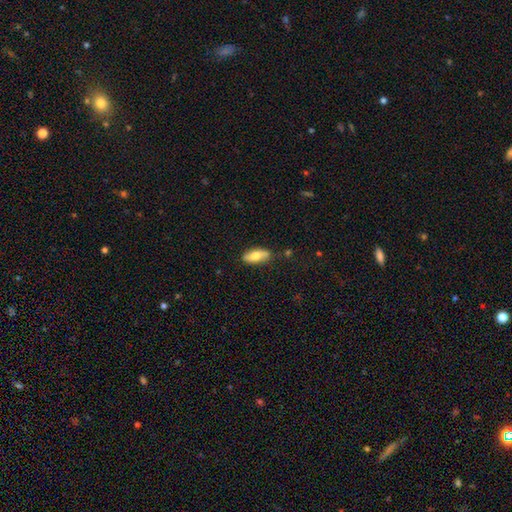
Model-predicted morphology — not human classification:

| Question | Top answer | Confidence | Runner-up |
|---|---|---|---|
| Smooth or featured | smooth | 69% | featured or disk (25%) |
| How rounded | in between | 79% | cigar-shaped (19%) |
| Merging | none | 81% | minor disturbance (15%) |